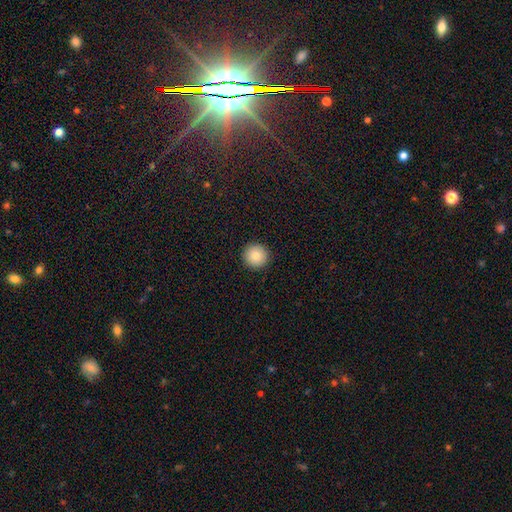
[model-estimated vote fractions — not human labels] Overall: smooth (86%). How rounded: round (97%). Merging: none (94%).